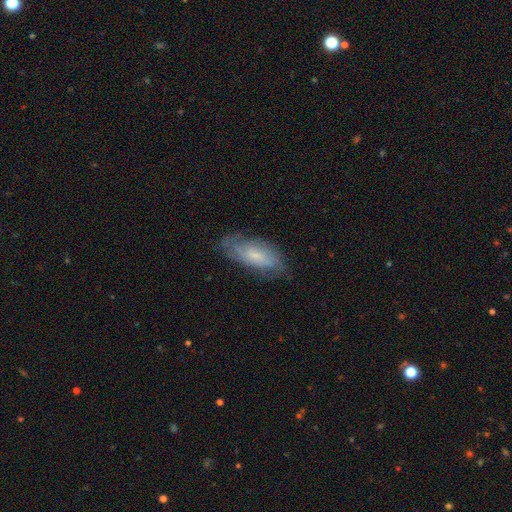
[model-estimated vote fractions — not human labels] Smooth or featured? featured or disk (48%)
Merging? none (68%)